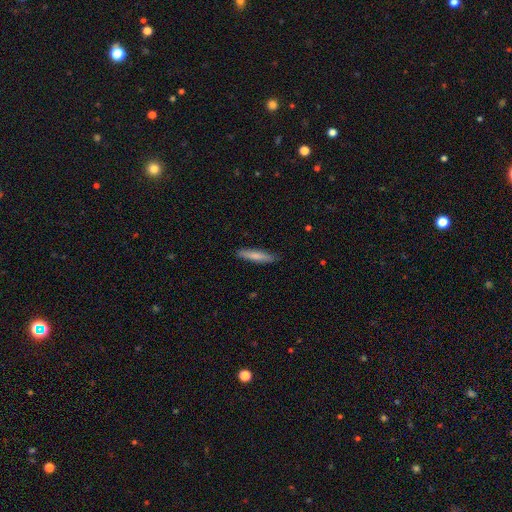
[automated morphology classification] A smooth galaxy with no disk features (75%) that is cigar-shaped (87%).

Vote fractions:
- Smooth or featured? smooth: 75% / featured or disk: 20% / star or artifact: 5%
- How rounded? cigar-shaped: 87% / in between: 12% / round: 1%
- Merging? none: 87% / minor disturbance: 10% / major disturbance: 2% / merger: 1%